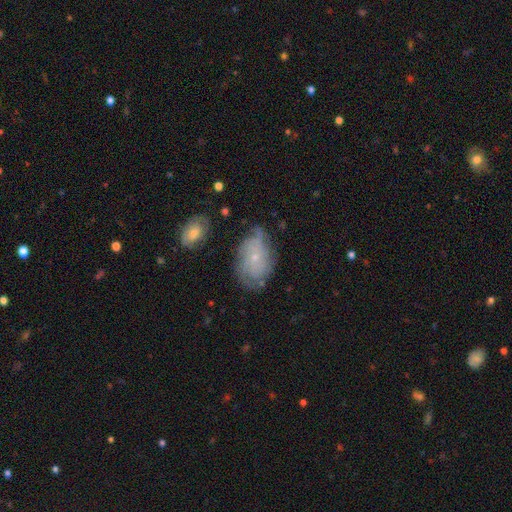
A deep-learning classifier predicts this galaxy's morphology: A featured or disk galaxy (66%) with no bar (81%), tight (58%) spiral arms (84%) and a small central bulge (80%). Merging: none (61%).